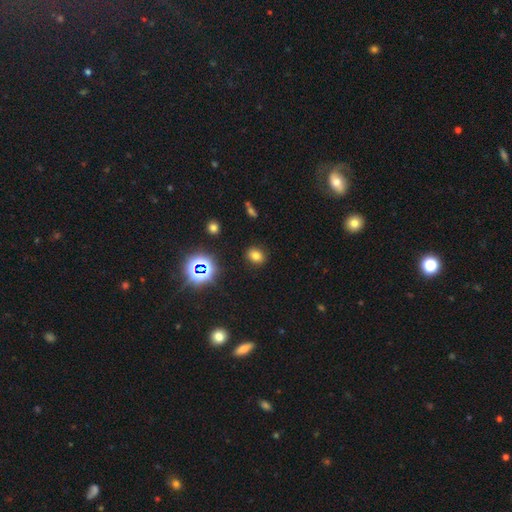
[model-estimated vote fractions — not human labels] Smooth or featured? smooth (72%)
How rounded? in between (52%)
Merging? none (87%)